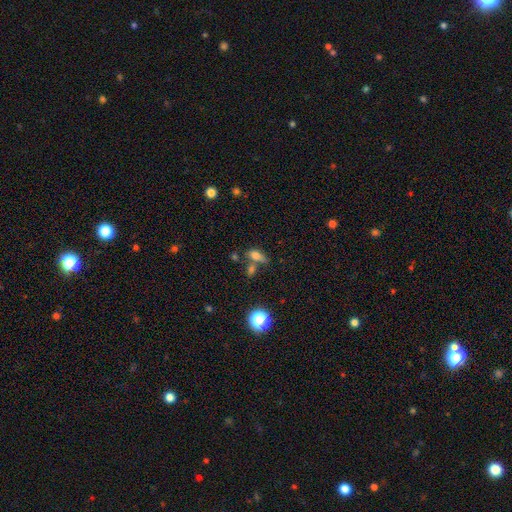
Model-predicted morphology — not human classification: smooth_or_featured: smooth (p=0.70) [alt: featured or disk p=0.16]
how_rounded: in between (p=0.72) [alt: cigar-shaped p=0.15]
merging: none (p=0.44) [alt: merger p=0.31]